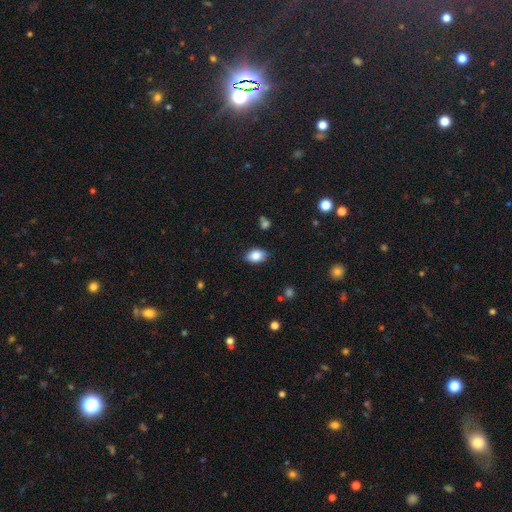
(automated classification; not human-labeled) Smooth or featured?
  - smooth: 83% *
  - featured or disk: 9%
  - star or artifact: 8%
How rounded?
  - in between: 87% *
  - round: 12%
  - cigar-shaped: 2%
Merging?
  - none: 84% *
  - minor disturbance: 12%
  - major disturbance: 2%
  - merger: 1%